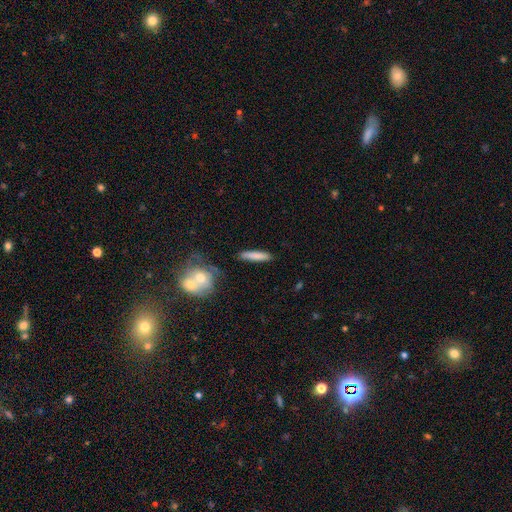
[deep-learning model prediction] A smooth galaxy with no disk features (78%) that is cigar-shaped (88%). Merging: none (84%).